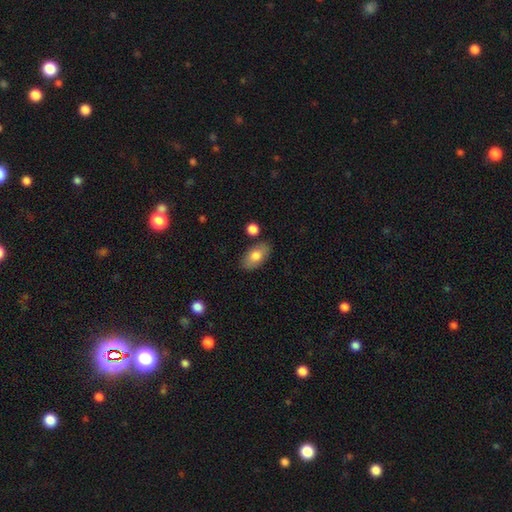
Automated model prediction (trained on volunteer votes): Smooth or featured? smooth (78%)
How rounded? in between (92%)
Merging? none (81%)